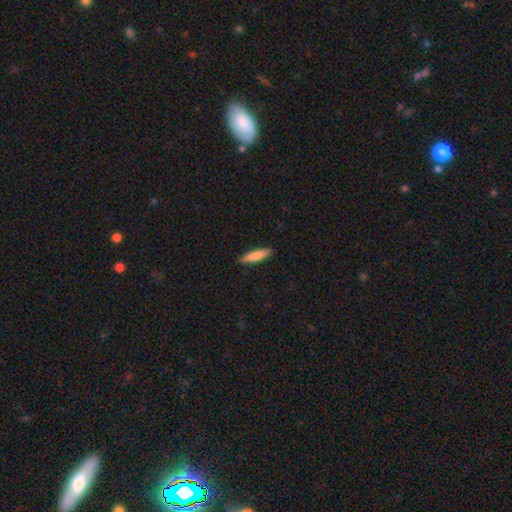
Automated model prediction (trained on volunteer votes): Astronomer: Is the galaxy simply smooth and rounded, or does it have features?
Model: smooth — 79%.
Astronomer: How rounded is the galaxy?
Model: cigar-shaped — 77%.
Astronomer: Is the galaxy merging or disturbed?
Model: none — 89%.